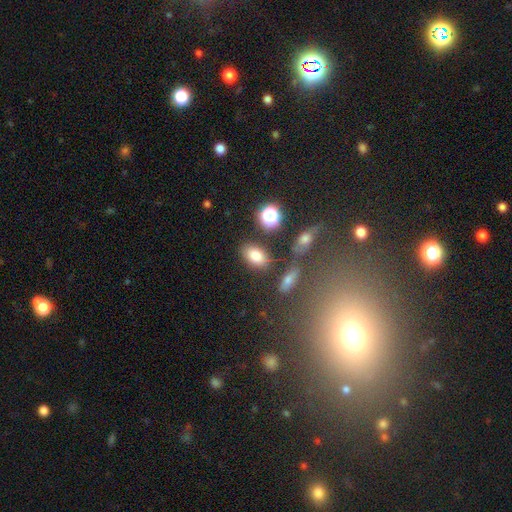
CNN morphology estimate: The model was most divided on "merging": none: 78%, minor disturbance: 12%, merger: 6%, major disturbance: 4%. More confident: how rounded — in between (85%); smooth or featured — smooth (80%).